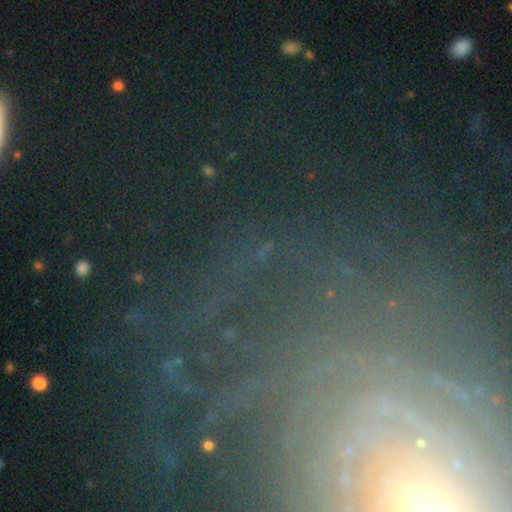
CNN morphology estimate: A star or artifact, not a galaxy (58%).